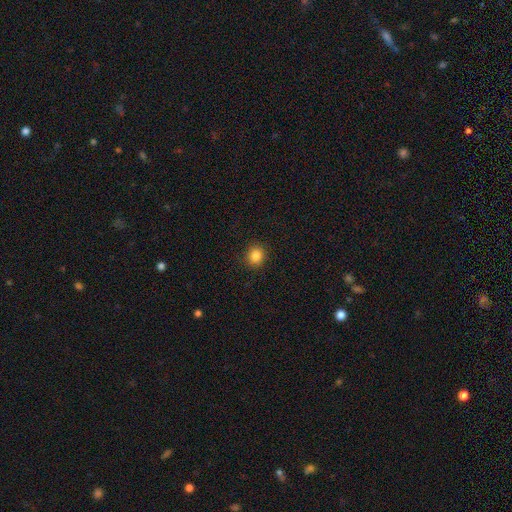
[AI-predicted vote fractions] Smooth or featured? Predicted: smooth (p=0.85). How rounded? Predicted: round (p=0.78). Merging? Predicted: none (p=0.90).